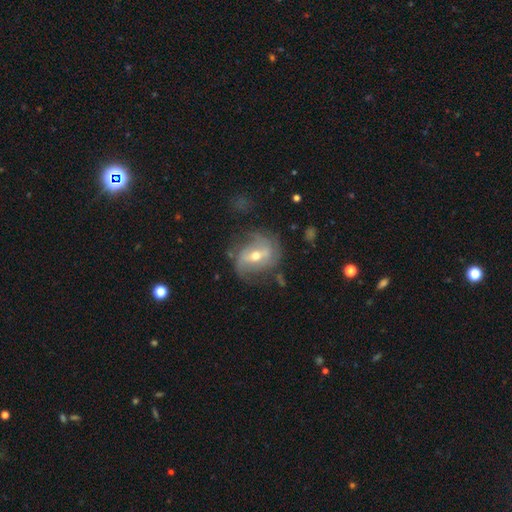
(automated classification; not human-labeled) The model was most divided on "spiral winding": medium: 39%, loose: 37%, tight: 23%. Remaining: edge-on disk — no (95%); spiral arms — yes (86%); smooth or featured — featured or disk (78%); spiral arm count — 2 (69%); merging — none (61%); bulge size — moderate (60%); bar — strong (43%).